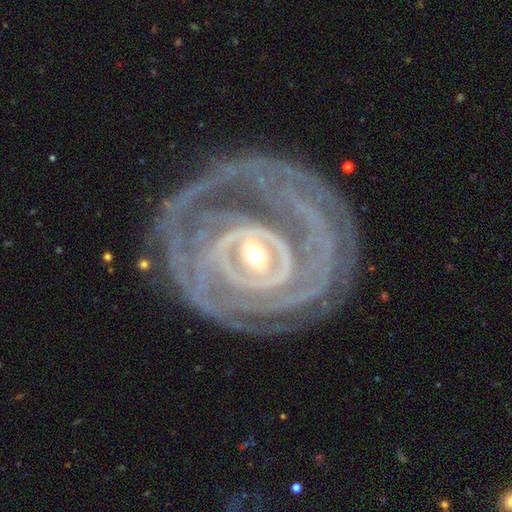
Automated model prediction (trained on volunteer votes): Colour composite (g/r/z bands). It shows a featured or disk galaxy (90%) with a strong bar (38%), tight (81%) spiral arms (93%) and a moderate central bulge (54%). Merging: none (70%).